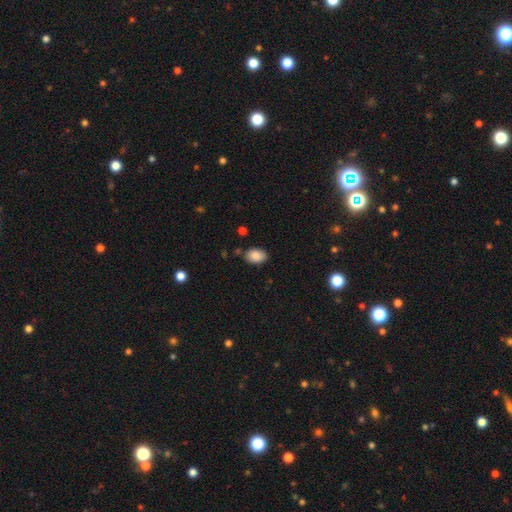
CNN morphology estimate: Smooth or featured? smooth (88%)
How rounded? in between (84%)
Merging? none (78%)